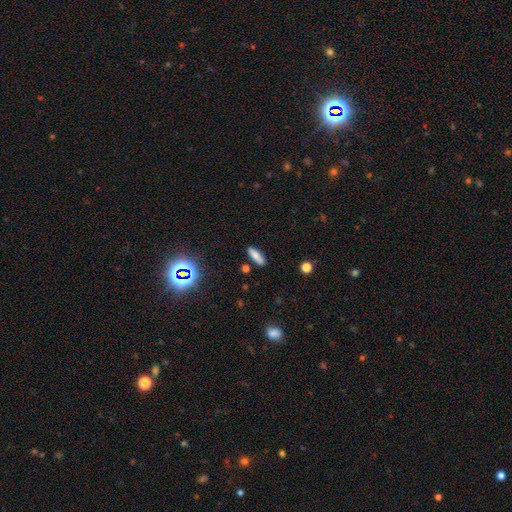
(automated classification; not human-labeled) Q: Smooth or featured?
A: smooth (74%); runner-up: featured or disk (14%)
Q: How rounded?
A: in between (54%); runner-up: cigar-shaped (43%)
Q: Merging?
A: none (85%); runner-up: minor disturbance (10%)